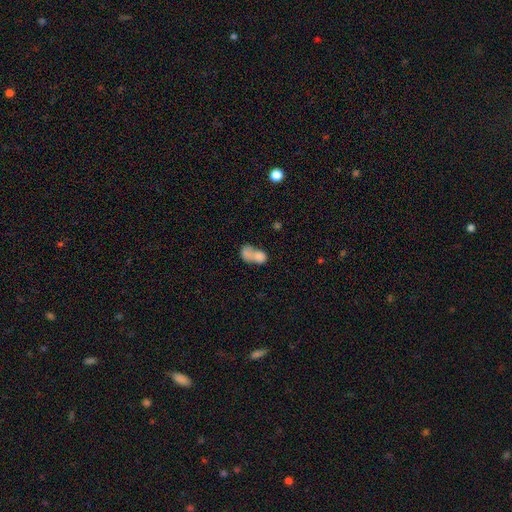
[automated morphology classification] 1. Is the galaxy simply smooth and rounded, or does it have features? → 73% smooth, 18% featured or disk, 9% star or artifact.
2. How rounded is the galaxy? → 68% in between, 30% round, 2% cigar-shaped.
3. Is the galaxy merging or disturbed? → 69% merger, 15% none, 9% major disturbance, 7% minor disturbance.